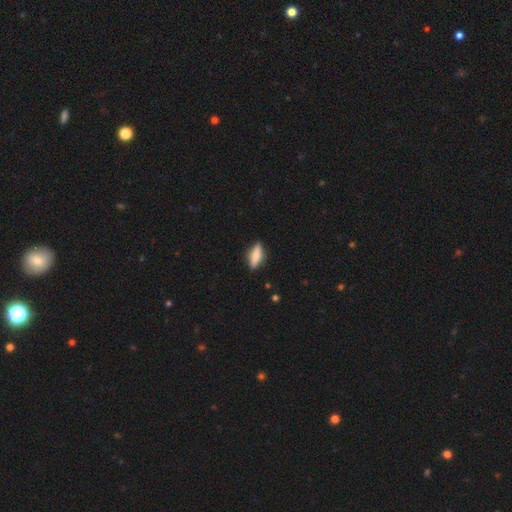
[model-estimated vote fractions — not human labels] Q: Smooth or featured?
A: smooth (65%); runner-up: featured or disk (28%)
Q: How rounded?
A: cigar-shaped (54%); runner-up: in between (44%)
Q: Merging?
A: none (86%); runner-up: minor disturbance (10%)